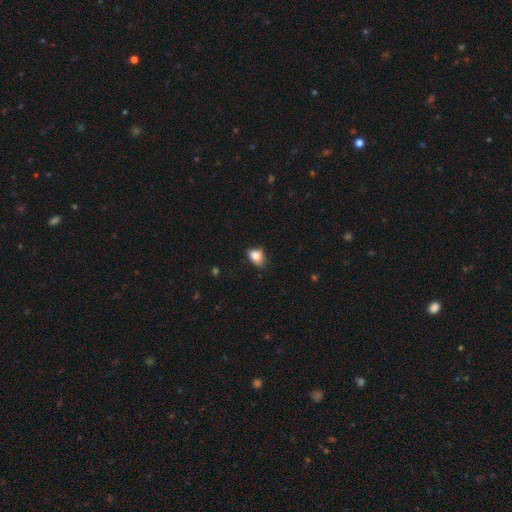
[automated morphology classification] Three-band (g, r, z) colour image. It shows a smooth galaxy with no disk features (83%) that is in between round and cigar-shaped (68%). Merging: none (56%).